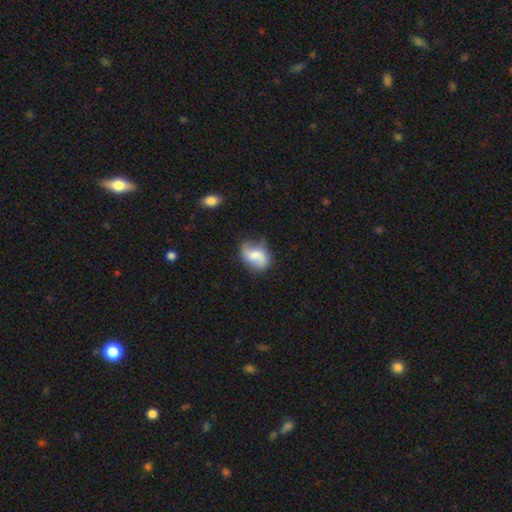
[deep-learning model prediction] The model was most divided on "bar" (2-way tie): no: 43%, weak: 43%, strong: 14%. Remaining: edge-on disk — no (97%); spiral arms — yes (84%); merging — none (60%); smooth or featured — featured or disk (52%); bulge size — moderate (35%).